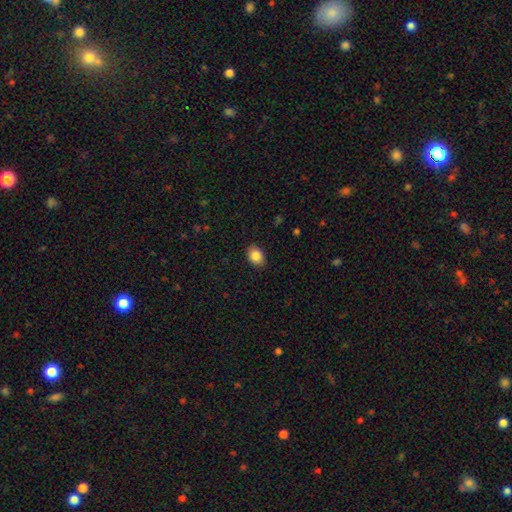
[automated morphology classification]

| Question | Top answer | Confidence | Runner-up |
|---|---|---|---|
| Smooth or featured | smooth | 86% | star or artifact (8%) |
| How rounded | in between | 72% | round (27%) |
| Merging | none | 87% | minor disturbance (10%) |